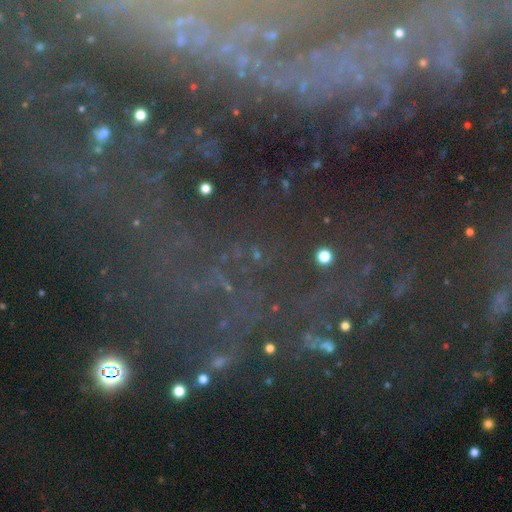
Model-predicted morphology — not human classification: type=star or artifact (72%).